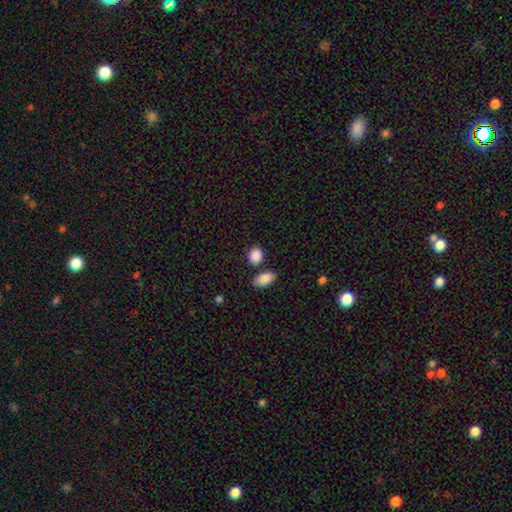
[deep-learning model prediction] Morphology: type=smooth (88%); roundness=in between (51%); merging=none (77%).